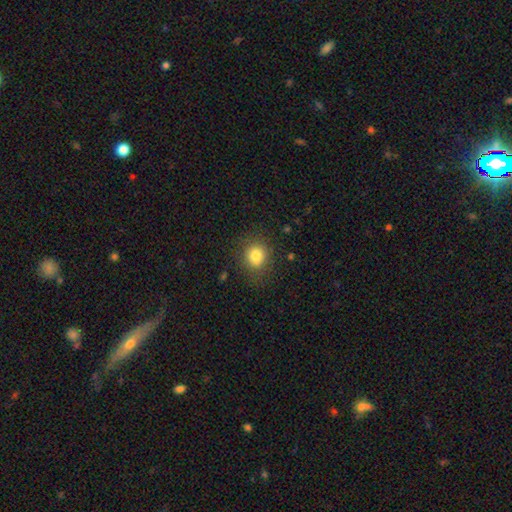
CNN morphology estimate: Smooth or featured? Predicted: smooth (p=0.80). How rounded? Predicted: round (p=0.78). Merging? Predicted: none (p=0.81).